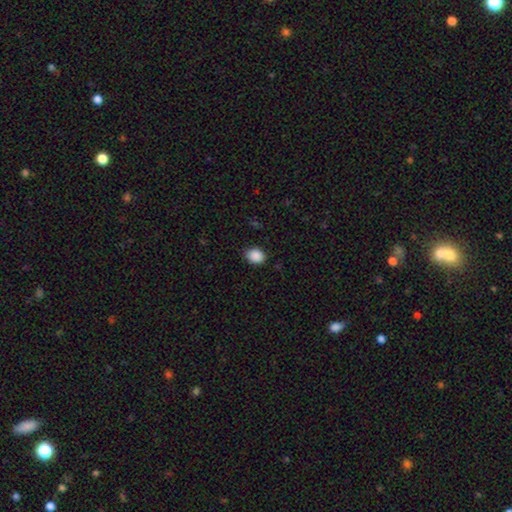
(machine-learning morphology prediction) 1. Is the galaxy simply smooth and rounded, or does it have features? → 89% smooth, 8% star or artifact, 3% featured or disk.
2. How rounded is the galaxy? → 54% in between, 46% round, 1% cigar-shaped.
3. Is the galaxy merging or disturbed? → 84% none, 13% minor disturbance, 2% major disturbance, 1% merger.